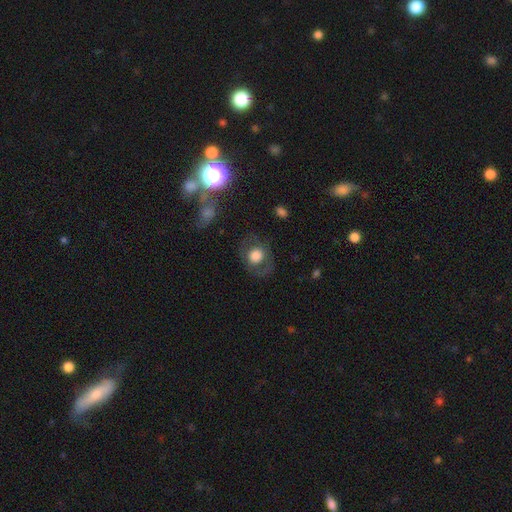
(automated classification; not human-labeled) Overall: smooth (62%; featured or disk 29%). How rounded: round (74%). Merging: none (74%).